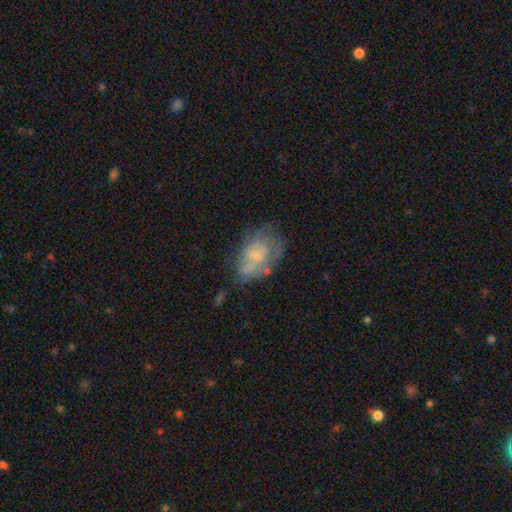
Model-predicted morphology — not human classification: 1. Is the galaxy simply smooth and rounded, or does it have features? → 54% featured or disk, 37% smooth, 9% star or artifact.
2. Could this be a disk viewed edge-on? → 97% no, 3% yes.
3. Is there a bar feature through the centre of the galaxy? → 74% no, 23% weak, 4% strong.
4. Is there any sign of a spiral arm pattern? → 54% yes, 46% no.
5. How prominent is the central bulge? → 50% small, 24% none, 21% moderate, 3% large, 1% dominant.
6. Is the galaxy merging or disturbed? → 43% none, 29% minor disturbance, 20% major disturbance, 8% merger.